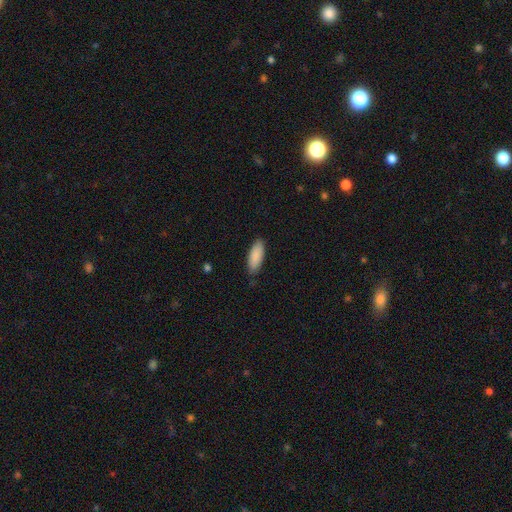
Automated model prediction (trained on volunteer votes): This is clearly a smooth galaxy (89%). How rounded: likely in between (72%). Merging: clearly none (83%).